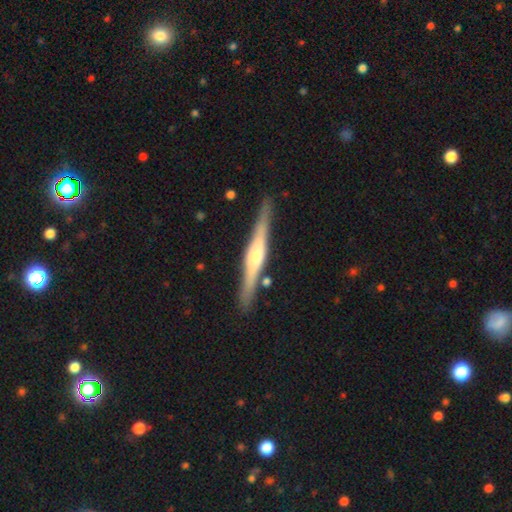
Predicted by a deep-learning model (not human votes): Smooth or featured: featured or disk — 77% (smooth — 18%)
Edge-on disk: yes — 98% (no — 2%)
Edge-on bulge: rounded — 78% (boxy — 16%)
Merging: none — 88% (minor disturbance — 9%)